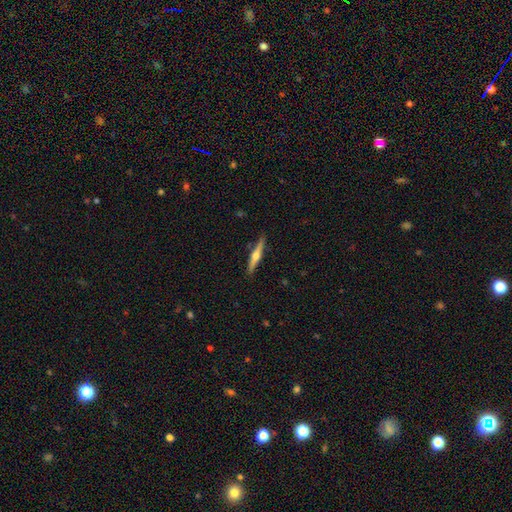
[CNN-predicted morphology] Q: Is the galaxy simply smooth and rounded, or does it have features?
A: featured or disk — 63%.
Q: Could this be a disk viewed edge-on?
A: yes — 97%.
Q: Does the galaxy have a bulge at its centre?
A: rounded — 91%.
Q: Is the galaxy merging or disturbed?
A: none — 87%.